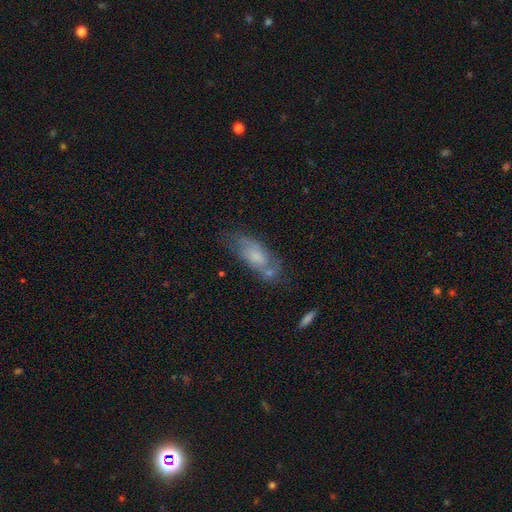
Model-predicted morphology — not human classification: Smooth or featured? Predicted: smooth (p=0.49). Merging? Predicted: none (p=0.51).